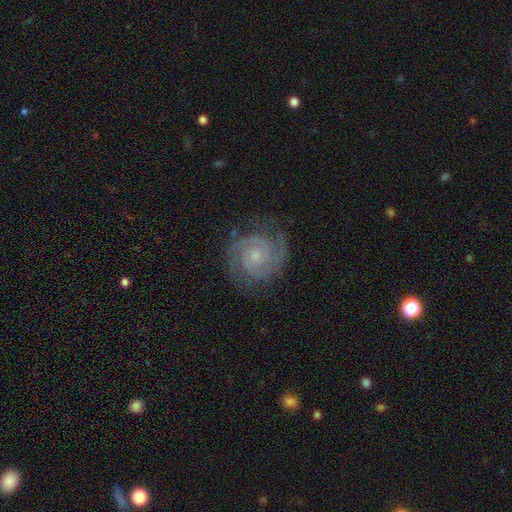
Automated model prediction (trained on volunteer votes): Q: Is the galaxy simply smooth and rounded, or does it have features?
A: featured or disk — 90%.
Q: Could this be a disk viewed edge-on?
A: no — 98%.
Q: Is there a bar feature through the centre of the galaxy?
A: no — 70%.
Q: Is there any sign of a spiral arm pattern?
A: yes — 98%.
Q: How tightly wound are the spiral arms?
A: tight — 67%.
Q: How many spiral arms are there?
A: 2 — 81%.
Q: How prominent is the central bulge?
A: small — 71%.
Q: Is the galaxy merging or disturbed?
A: none — 81%.